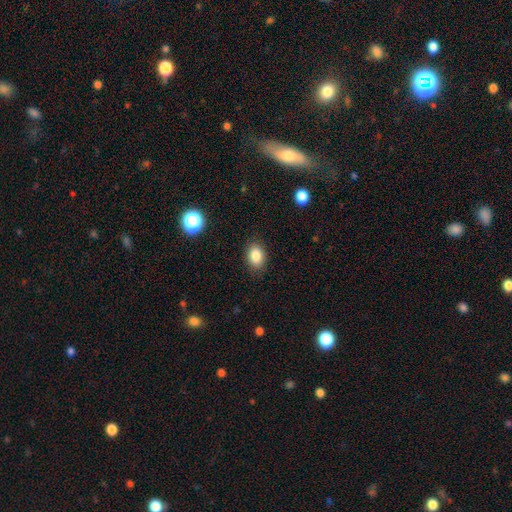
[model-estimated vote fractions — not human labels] smooth_or_featured: smooth (p=0.85) [alt: star or artifact p=0.09]
how_rounded: in between (p=0.79) [alt: round p=0.20]
merging: none (p=0.87) [alt: minor disturbance p=0.09]